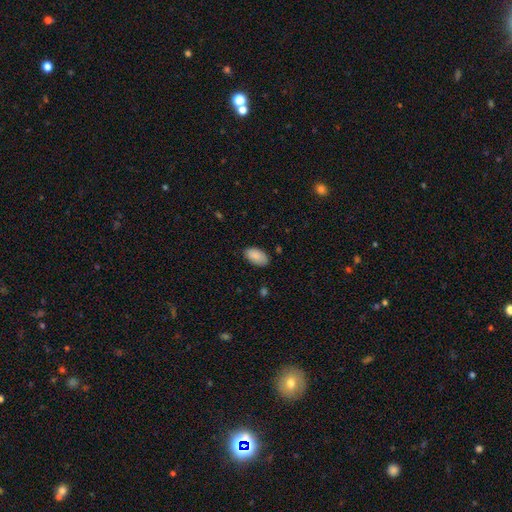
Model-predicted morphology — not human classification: A smooth galaxy with no disk features (89%) that is in between round and cigar-shaped (95%).

Vote fractions:
- Smooth or featured? smooth: 89% / star or artifact: 6% / featured or disk: 5%
- How rounded? in between: 95% / round: 3% / cigar-shaped: 2%
- Merging? none: 83% / minor disturbance: 13% / major disturbance: 2% / merger: 1%